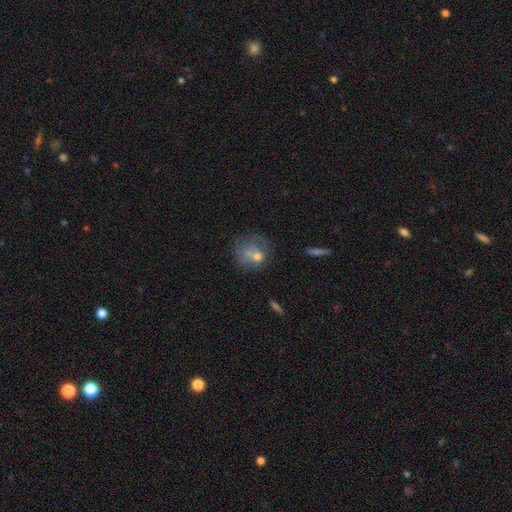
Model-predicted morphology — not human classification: smooth_or_featured: smooth (p=0.53) [alt: featured or disk p=0.34]
how_rounded: round (p=0.77) [alt: in between p=0.22]
merging: none (p=0.52) [alt: minor disturbance p=0.20]